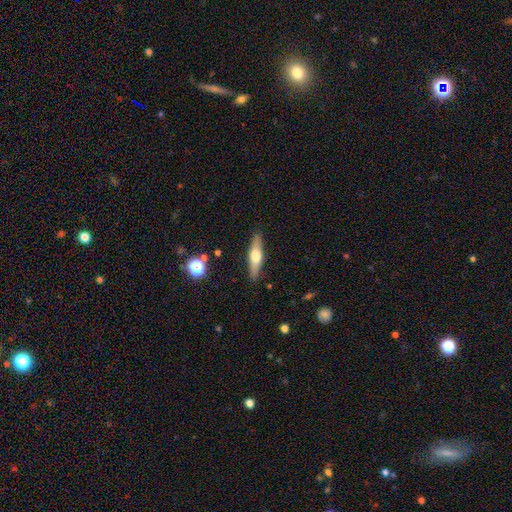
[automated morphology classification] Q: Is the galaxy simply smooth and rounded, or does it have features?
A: featured or disk — 49%.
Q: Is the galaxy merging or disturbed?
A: none — 88%.